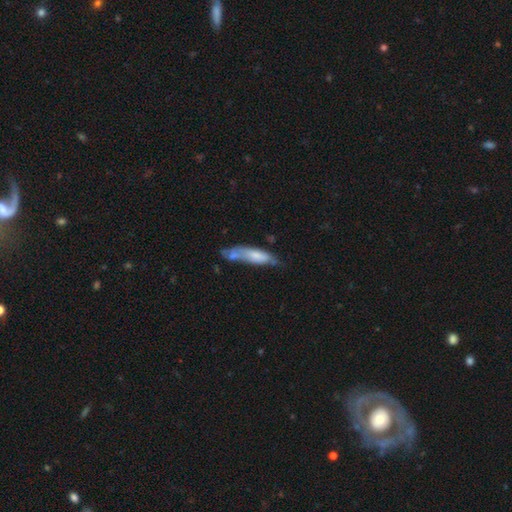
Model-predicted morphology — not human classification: Smooth or featured?
  - smooth: 63% *
  - featured or disk: 30%
  - star or artifact: 6%
How rounded?
  - cigar-shaped: 63% *
  - in between: 35%
  - round: 2%
Merging?
  - none: 36% *
  - minor disturbance: 30%
  - merger: 19%
  - major disturbance: 14%